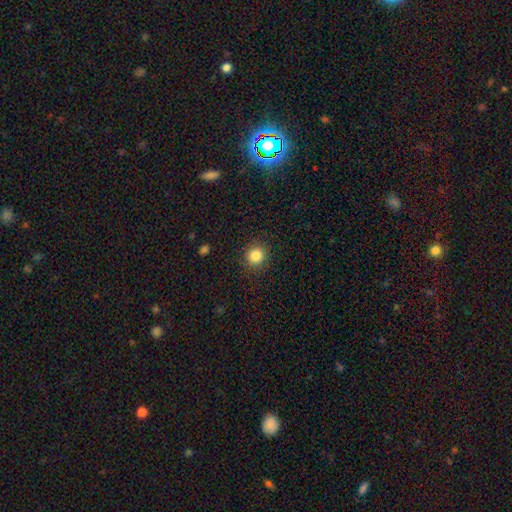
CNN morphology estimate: The model was most divided on "smooth or featured": smooth: 84%, star or artifact: 11%, featured or disk: 5%. More confident: how rounded — round (90%); merging — none (90%).